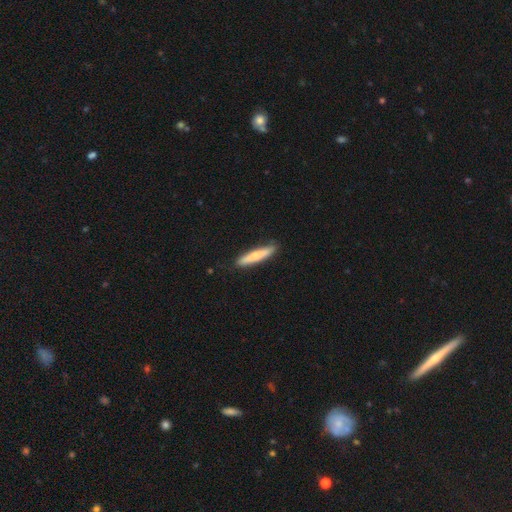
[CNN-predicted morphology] smooth 64%, featured or disk 31%, star or artifact 5%. Down the decision tree: how rounded — cigar-shaped (90%); merging — none (87%).